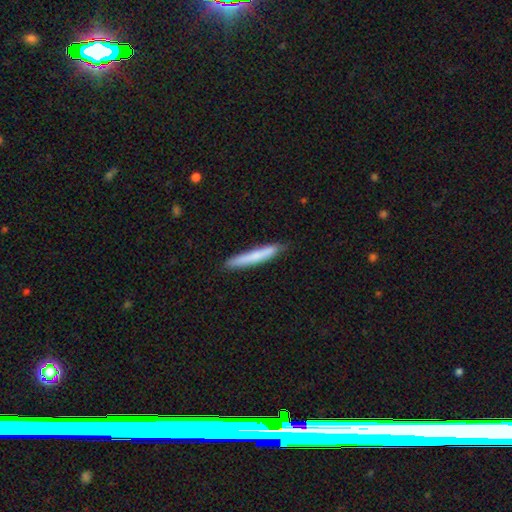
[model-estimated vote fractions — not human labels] Overall: smooth (72%). How rounded: cigar-shaped (95%). Merging: none (83%).